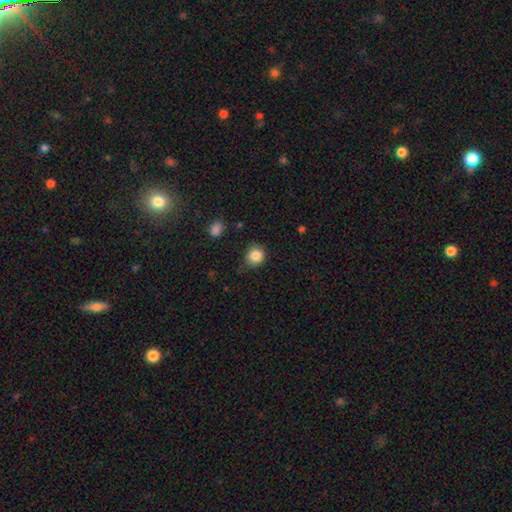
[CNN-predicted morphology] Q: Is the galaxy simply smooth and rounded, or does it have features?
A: smooth — 85%.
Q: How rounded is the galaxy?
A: round — 83%.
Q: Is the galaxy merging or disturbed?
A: none — 73%.